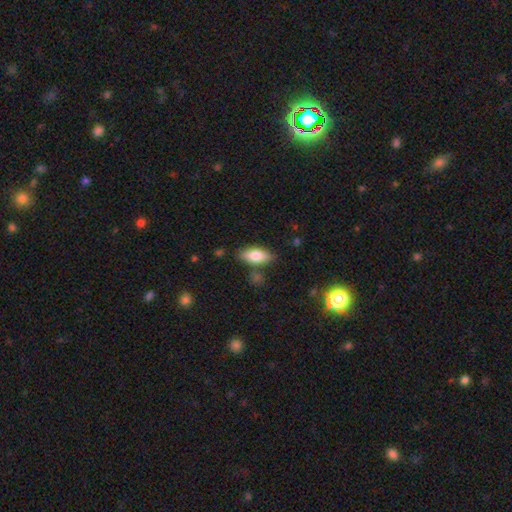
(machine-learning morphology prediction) Smooth or featured? smooth (78%)
How rounded? in between (83%)
Merging? none (77%)